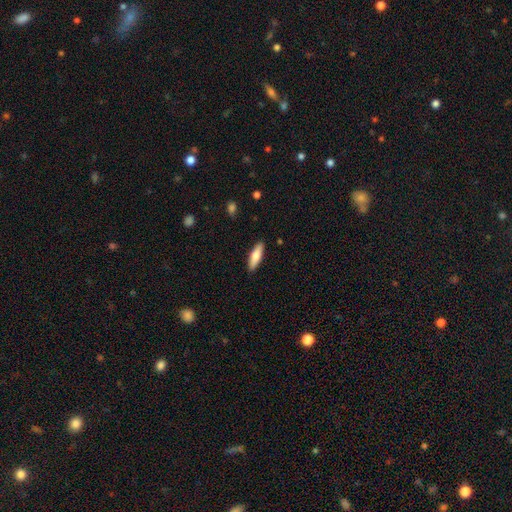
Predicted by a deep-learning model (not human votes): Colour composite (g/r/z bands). It shows a smooth galaxy with no disk features (73%) that is cigar-shaped (57%). Merging: none (90%).